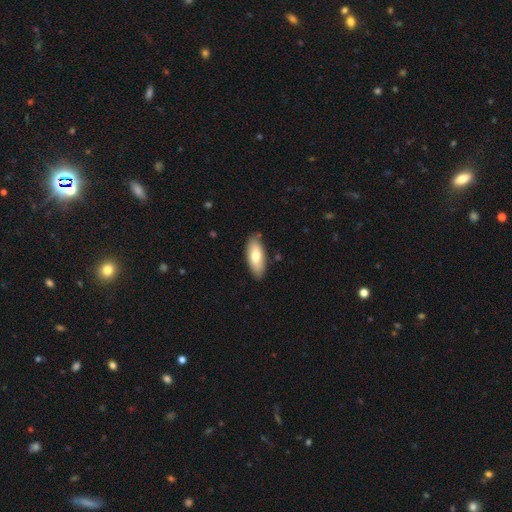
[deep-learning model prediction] Smooth or featured? Predicted: smooth (p=0.73). How rounded? Predicted: in between (p=0.80). Merging? Predicted: none (p=0.84).